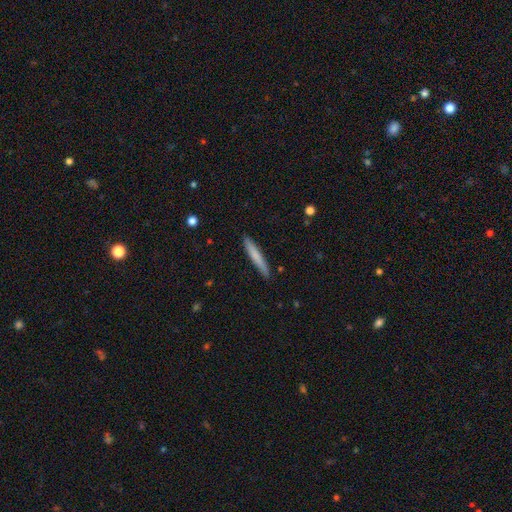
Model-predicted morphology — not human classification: Overall: smooth (71%). How rounded: cigar-shaped (95%). Merging: none (89%).